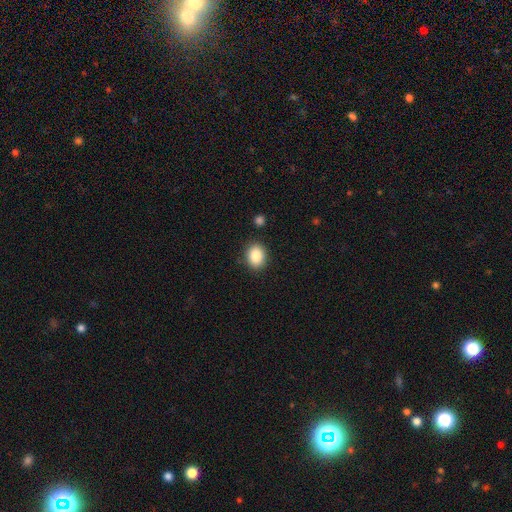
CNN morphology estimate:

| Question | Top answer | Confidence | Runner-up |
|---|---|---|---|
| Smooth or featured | smooth | 87% | star or artifact (8%) |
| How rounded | in between | 54% | round (45%) |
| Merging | none | 86% | minor disturbance (9%) |